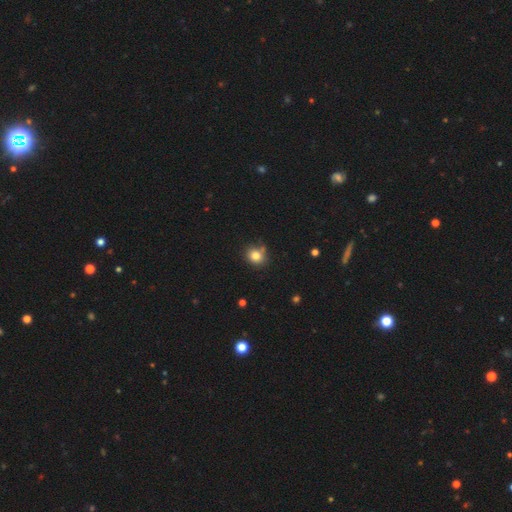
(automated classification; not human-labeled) The model was most divided on "merging": none: 72%, minor disturbance: 16%, merger: 8%, major disturbance: 4%. More confident: smooth or featured — smooth (80%); how rounded — round (79%).